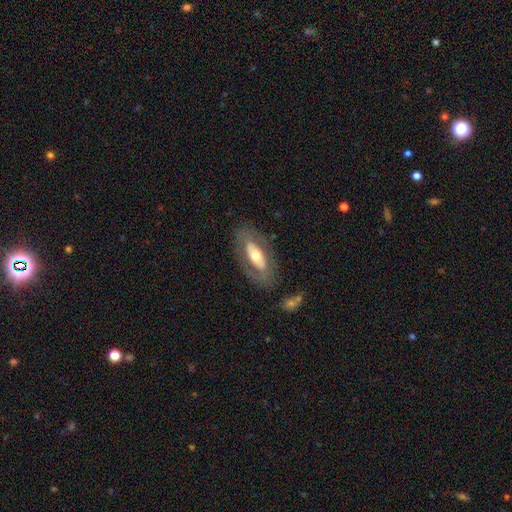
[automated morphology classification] Smooth or featured? Predicted: featured or disk (p=0.57). Edge-on disk? Predicted: no (p=0.82). Merging? Predicted: none (p=0.77).